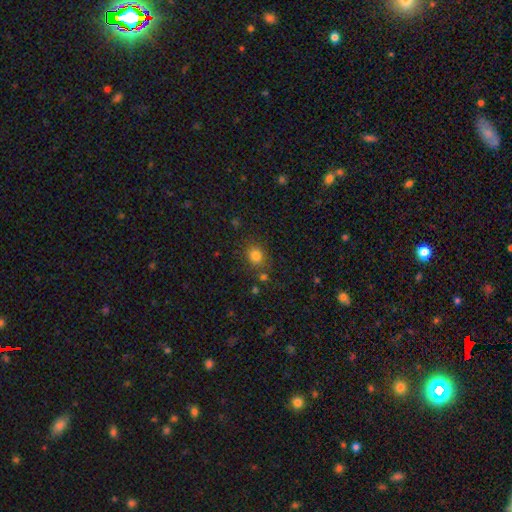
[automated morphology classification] smooth_or_featured: smooth (p=0.81) [alt: star or artifact p=0.13]
how_rounded: round (p=0.74) [alt: in between p=0.25]
merging: none (p=0.77) [alt: minor disturbance p=0.12]